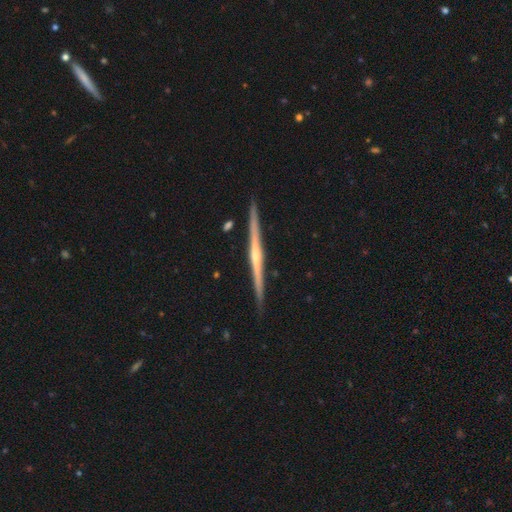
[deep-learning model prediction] This appears to be a featured or disk galaxy (83%) viewed edge-on (98%) with a rounded central bulge (68%). Merging: none (92%).